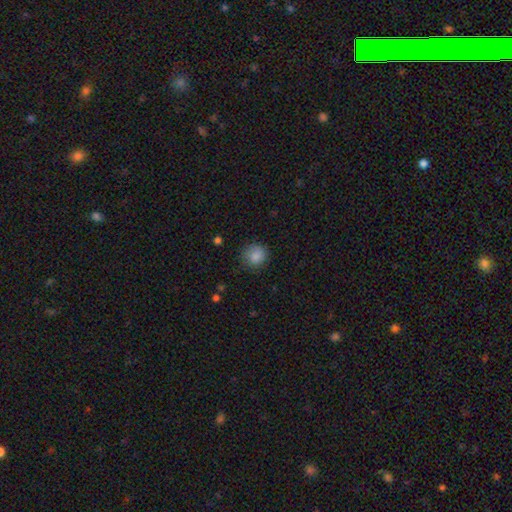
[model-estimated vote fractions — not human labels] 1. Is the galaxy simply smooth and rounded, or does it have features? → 87% smooth, 9% star or artifact, 4% featured or disk.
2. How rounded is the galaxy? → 84% round, 15% in between, 1% cigar-shaped.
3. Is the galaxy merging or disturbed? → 78% none, 16% minor disturbance, 4% major disturbance, 1% merger.